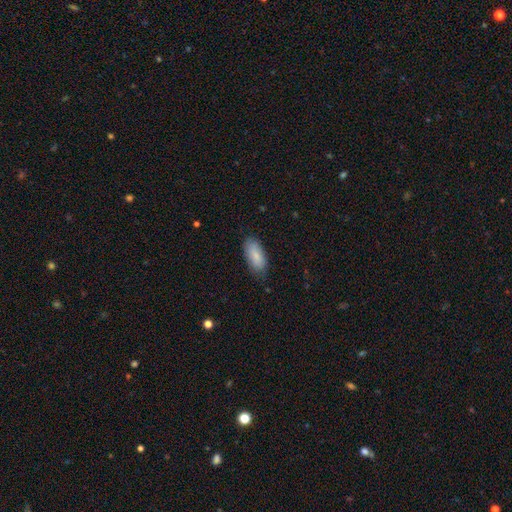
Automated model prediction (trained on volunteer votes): Overall: smooth (85%). How rounded: in between (87%). Merging: none (77%).